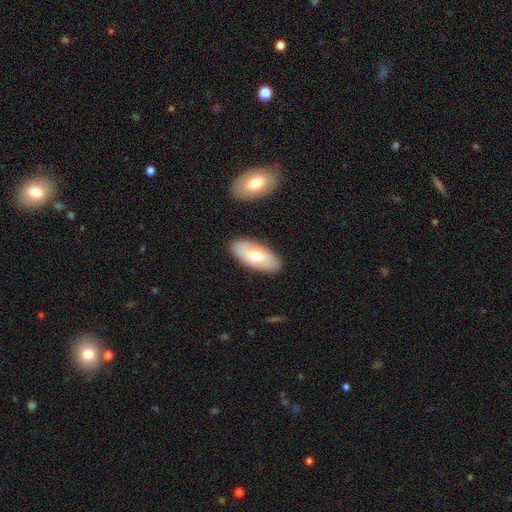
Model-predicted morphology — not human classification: This appears to be a smooth galaxy with no disk features (63%) that is in between round and cigar-shaped (91%). Merging: none (86%).